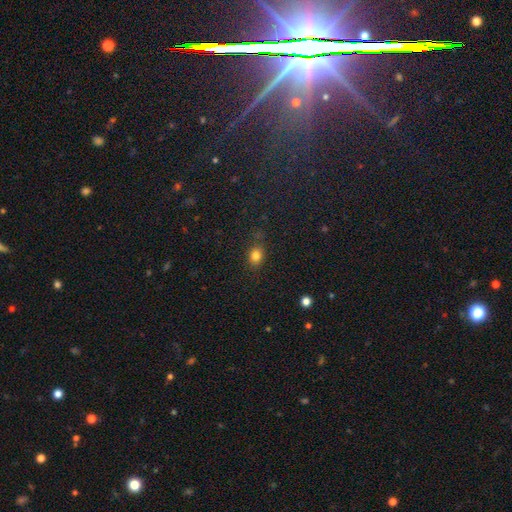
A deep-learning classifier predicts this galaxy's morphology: Overall: smooth (81%). How rounded: round (54%; in between 45%). Merging: none (79%).